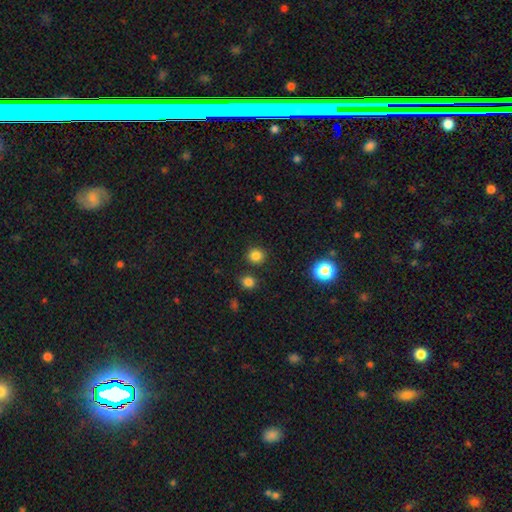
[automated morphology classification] This is clearly a smooth galaxy (83%). How rounded: clearly round (90%). Merging: clearly none (87%).